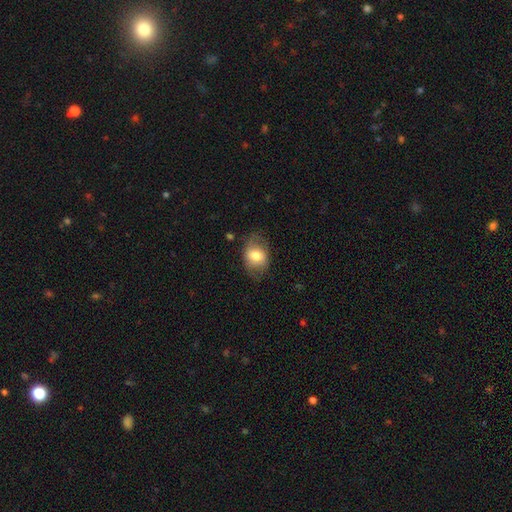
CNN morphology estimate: Smooth or featured: smooth — 68% (featured or disk — 24%)
How rounded: in between — 73% (round — 25%)
Merging: none — 69% (minor disturbance — 22%)